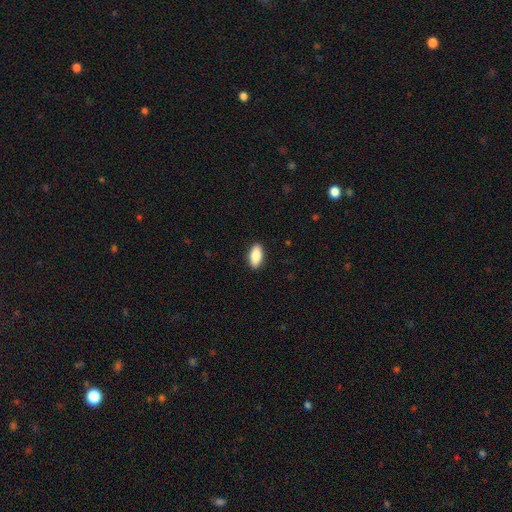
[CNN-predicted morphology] Q: Smooth or featured?
A: smooth (88%); runner-up: star or artifact (6%)
Q: How rounded?
A: in between (91%); runner-up: cigar-shaped (6%)
Q: Merging?
A: none (90%); runner-up: minor disturbance (7%)